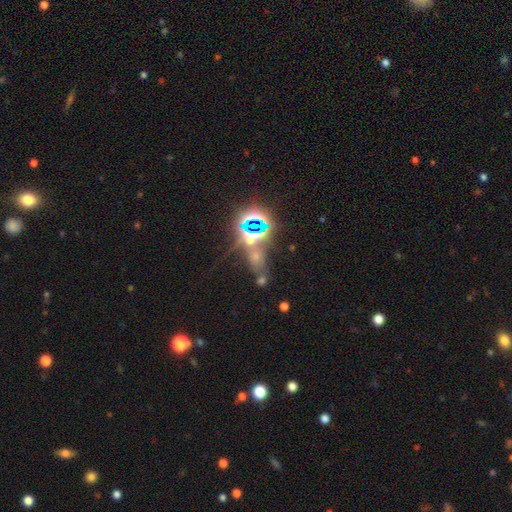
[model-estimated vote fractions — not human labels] This appears to be a star or artifact, not a galaxy (59%).